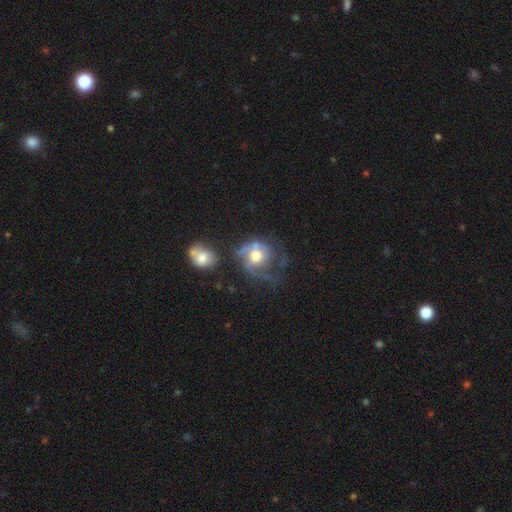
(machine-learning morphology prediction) Overall: featured or disk (63%; smooth 30%). Edge-on disk: no (97%). Bar: no (80%). Spiral arms: yes (74%). Bulge size: moderate (62%; large 28%). Merging: major disturbance (36%; none 31%).